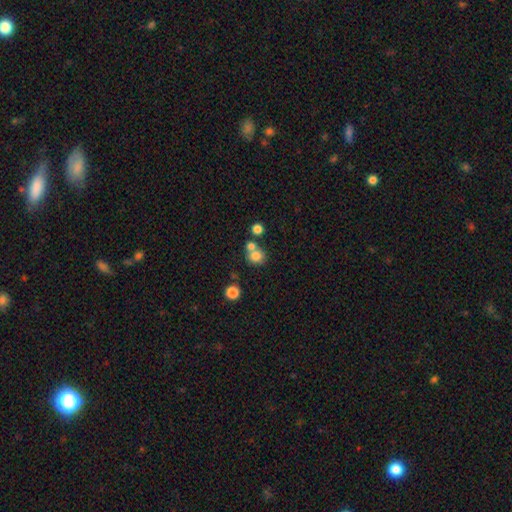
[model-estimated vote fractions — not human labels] Smooth or featured?
  - smooth: 78% *
  - star or artifact: 13%
  - featured or disk: 9%
How rounded?
  - round: 84% *
  - in between: 15%
  - cigar-shaped: 1%
Merging?
  - none: 54% *
  - merger: 35%
  - minor disturbance: 8%
  - major disturbance: 3%